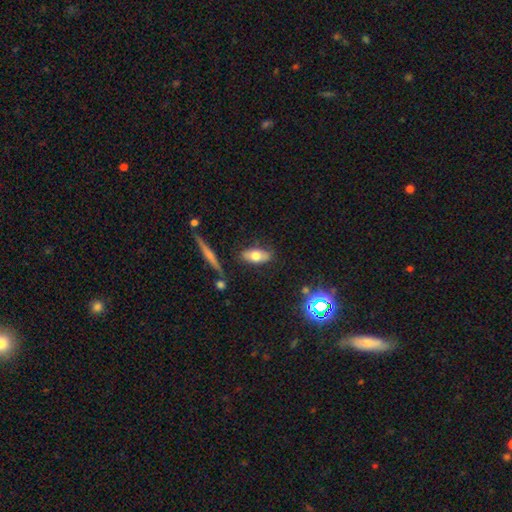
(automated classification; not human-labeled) smooth 70%, featured or disk 21%, star or artifact 9%. Down the decision tree: how rounded — in between (85%); merging — none (79%).